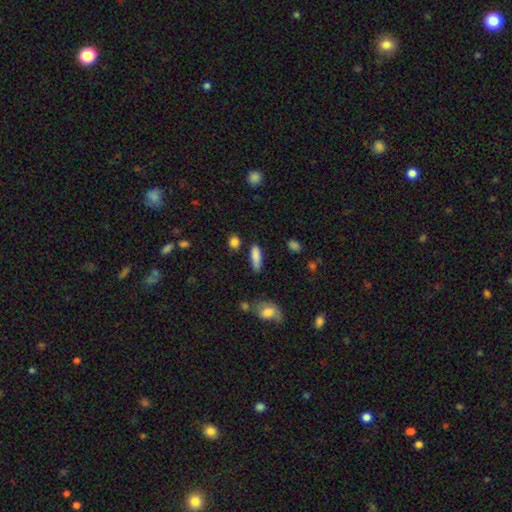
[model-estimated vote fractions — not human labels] Smooth or featured? smooth (84%)
How rounded? cigar-shaped (52%)
Merging? none (72%)